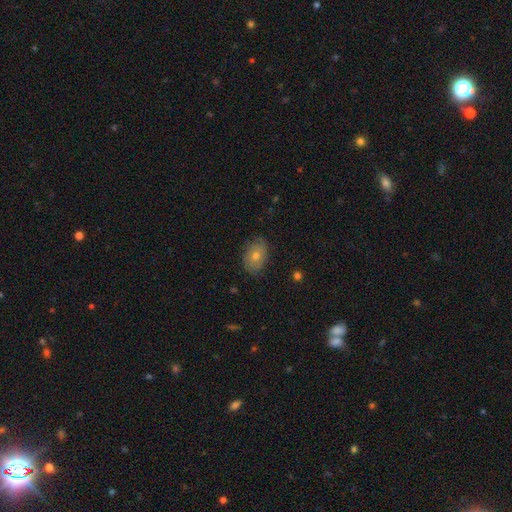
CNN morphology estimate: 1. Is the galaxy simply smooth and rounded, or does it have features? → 54% smooth, 34% featured or disk, 12% star or artifact.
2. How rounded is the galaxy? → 76% in between, 22% round, 1% cigar-shaped.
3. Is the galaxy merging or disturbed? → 81% none, 14% minor disturbance, 3% major disturbance, 1% merger.